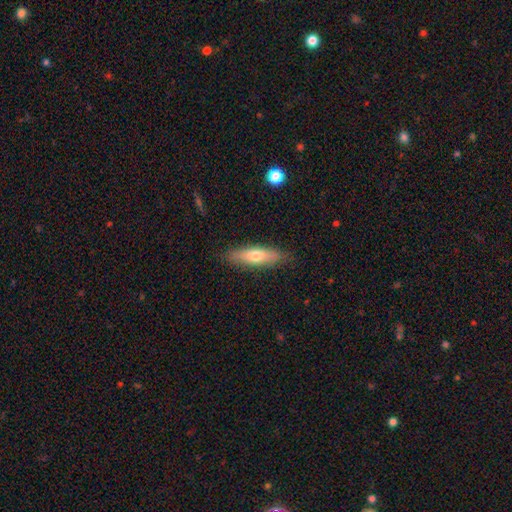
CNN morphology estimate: This is likely a smooth galaxy (62%). How rounded: likely cigar-shaped (65%). Merging: clearly none (86%).